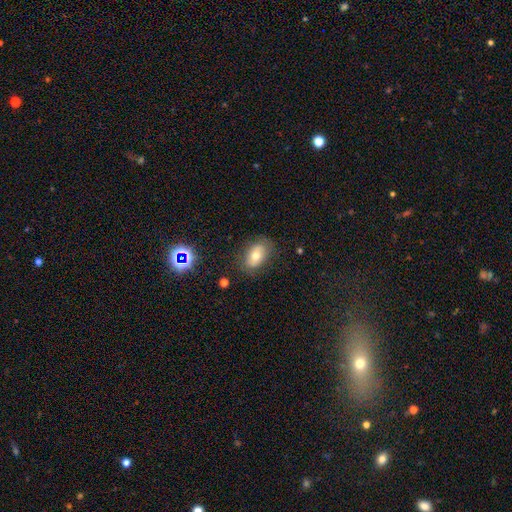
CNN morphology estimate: This is likely a smooth galaxy (66%). How rounded: clearly in between (86%). Merging: likely none (80%).